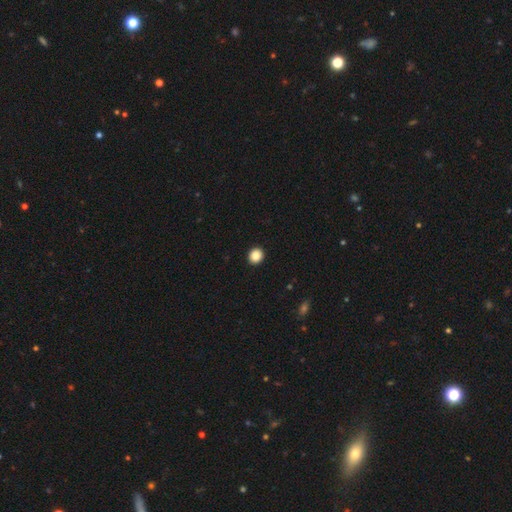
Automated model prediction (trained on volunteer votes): smooth-or-featured: smooth: 88% | star or artifact: 10% | featured or disk: 3%
  how-rounded: round: 87% | in between: 12% | cigar-shaped: 1%
  merging: none: 93% | minor disturbance: 4% | major disturbance: 1% | merger: 1%